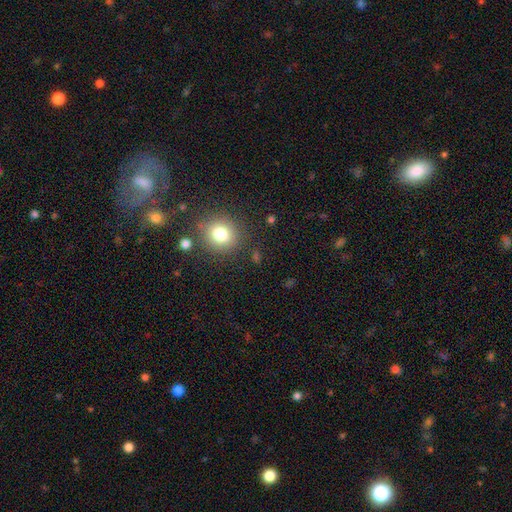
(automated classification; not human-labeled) A smooth galaxy with no disk features (73%) that is round (82%).

Vote fractions:
- Smooth or featured? smooth: 73% / star or artifact: 19% / featured or disk: 8%
- How rounded? round: 82% / in between: 16% / cigar-shaped: 1%
- Merging? none: 85% / minor disturbance: 8% / merger: 4% / major disturbance: 3%